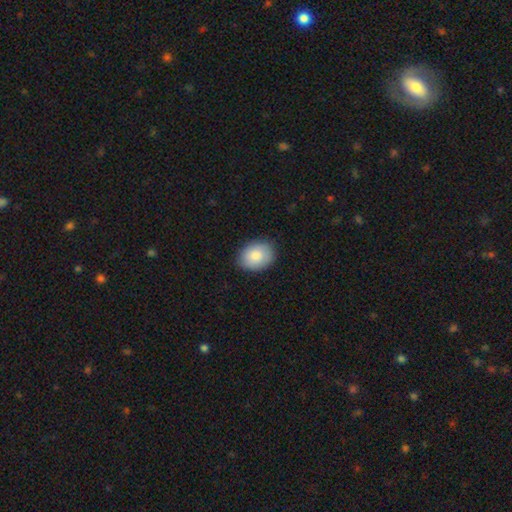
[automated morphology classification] A smooth galaxy with no disk features (83%) that is in between round and cigar-shaped (70%).

Vote fractions:
- Smooth or featured? smooth: 83% / featured or disk: 10% / star or artifact: 6%
- How rounded? in between: 70% / round: 29% / cigar-shaped: 1%
- Merging? none: 85% / minor disturbance: 11% / major disturbance: 2% / merger: 1%